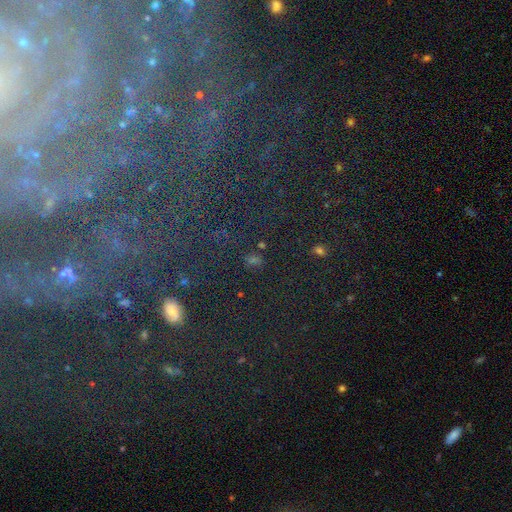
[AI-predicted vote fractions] A star or artifact, not a galaxy (42%).